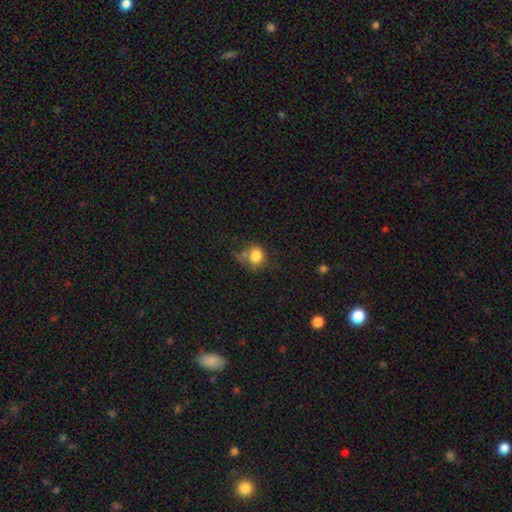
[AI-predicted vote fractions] This appears to be a smooth galaxy with no disk features (80%) that is round (70%). Merging: none (48%).